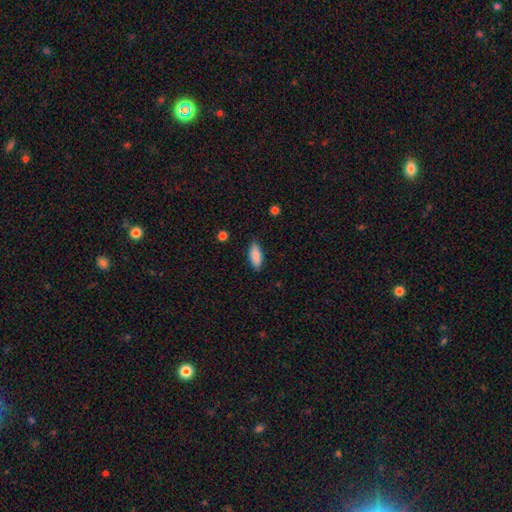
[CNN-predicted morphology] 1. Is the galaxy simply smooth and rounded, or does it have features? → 87% smooth, 7% featured or disk, 6% star or artifact.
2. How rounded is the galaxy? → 75% in between, 23% cigar-shaped, 2% round.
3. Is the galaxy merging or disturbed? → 85% none, 11% minor disturbance, 2% major disturbance, 1% merger.